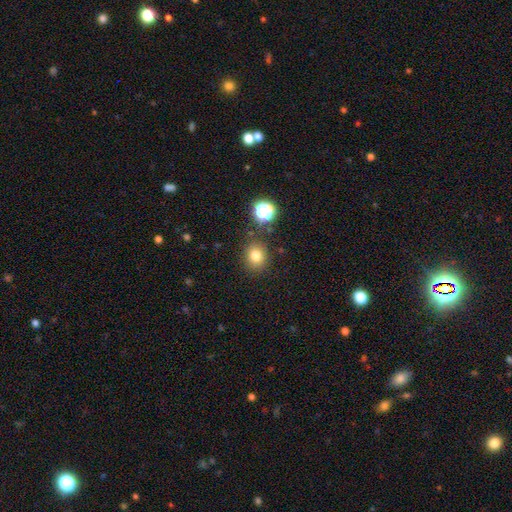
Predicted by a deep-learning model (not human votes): This is likely a smooth galaxy (77%). How rounded: likely round (73%). Merging: clearly none (83%).